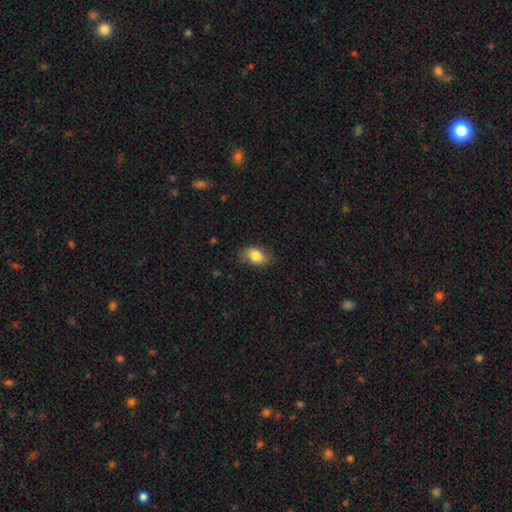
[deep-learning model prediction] Smooth or featured: smooth — 83% (featured or disk — 9%)
How rounded: in between — 85% (round — 13%)
Merging: none — 78% (minor disturbance — 17%)